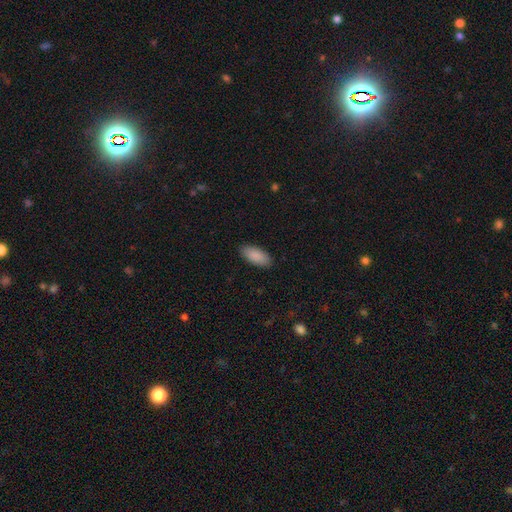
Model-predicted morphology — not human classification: smooth 90%, star or artifact 6%, featured or disk 4%. Down the decision tree: how rounded — in between (91%); merging — none (89%).